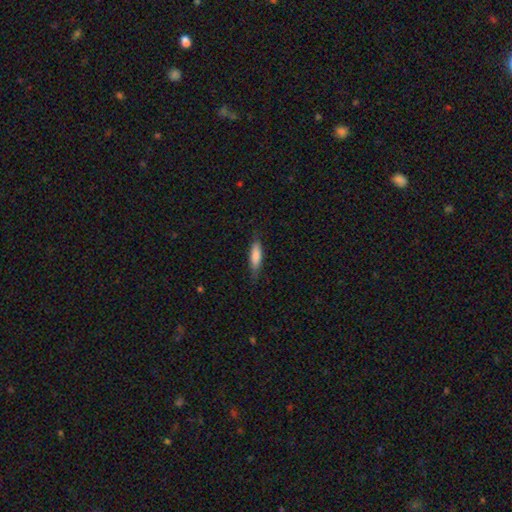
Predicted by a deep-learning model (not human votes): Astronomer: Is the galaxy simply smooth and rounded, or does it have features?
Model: smooth — 80%.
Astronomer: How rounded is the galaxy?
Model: cigar-shaped — 60% (runner-up: in between, 39%).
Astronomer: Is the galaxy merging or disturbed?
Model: none — 75%.